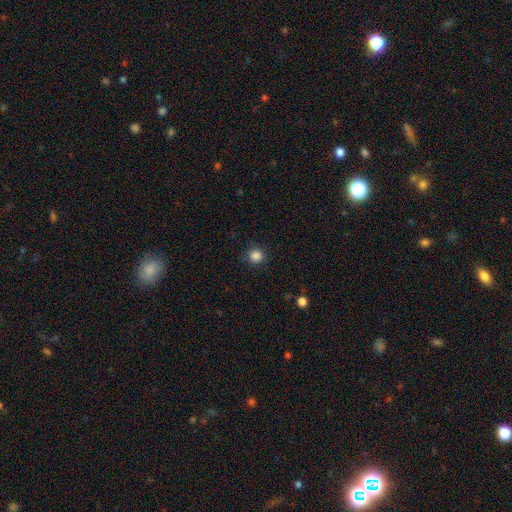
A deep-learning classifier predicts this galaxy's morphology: smooth-or-featured: smooth: 86% | star or artifact: 11% | featured or disk: 3%
  how-rounded: round: 91% | in between: 8% | cigar-shaped: 1%
  merging: none: 87% | minor disturbance: 9% | major disturbance: 3% | merger: 1%